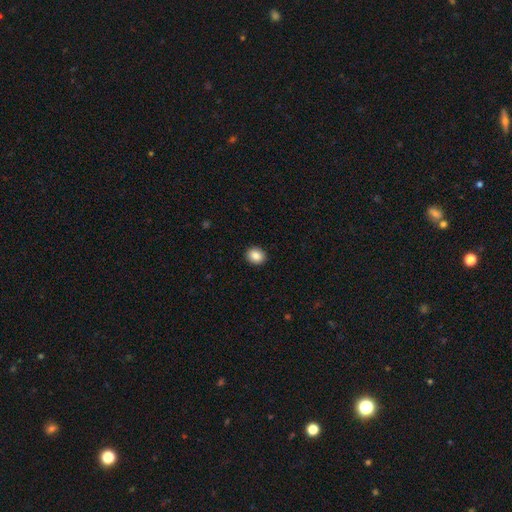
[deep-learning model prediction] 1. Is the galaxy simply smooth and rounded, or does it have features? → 87% smooth, 9% star or artifact, 4% featured or disk.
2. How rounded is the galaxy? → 66% round, 33% in between, 1% cigar-shaped.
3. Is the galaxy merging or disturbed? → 92% none, 6% minor disturbance, 2% major disturbance, 1% merger.